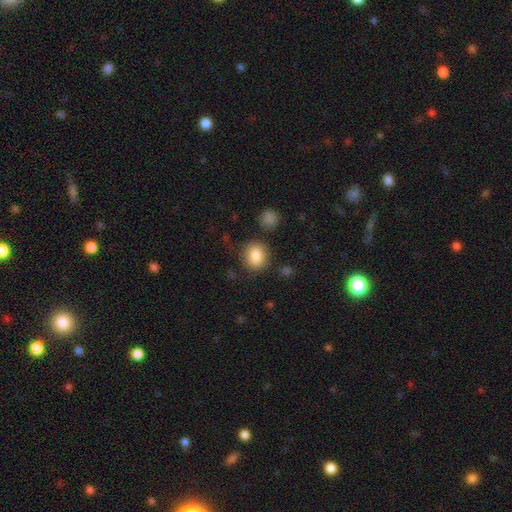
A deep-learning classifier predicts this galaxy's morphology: smooth_or_featured: smooth (p=0.85) [alt: star or artifact p=0.09]
how_rounded: round (p=0.67) [alt: in between p=0.32]
merging: none (p=0.80) [alt: minor disturbance p=0.12]